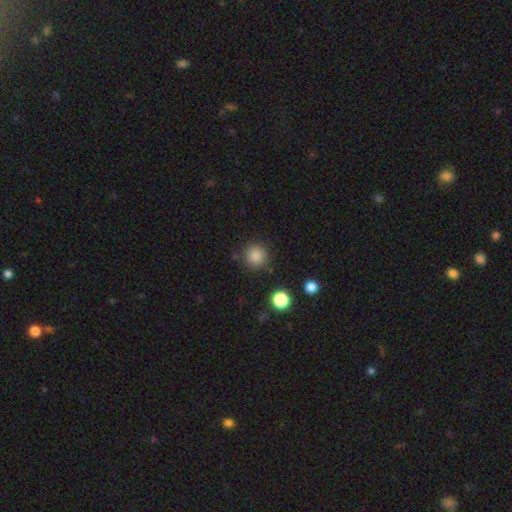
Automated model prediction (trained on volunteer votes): Q: Smooth or featured?
A: smooth (84%); runner-up: star or artifact (11%)
Q: How rounded?
A: round (93%); runner-up: in between (6%)
Q: Merging?
A: none (86%); runner-up: minor disturbance (8%)